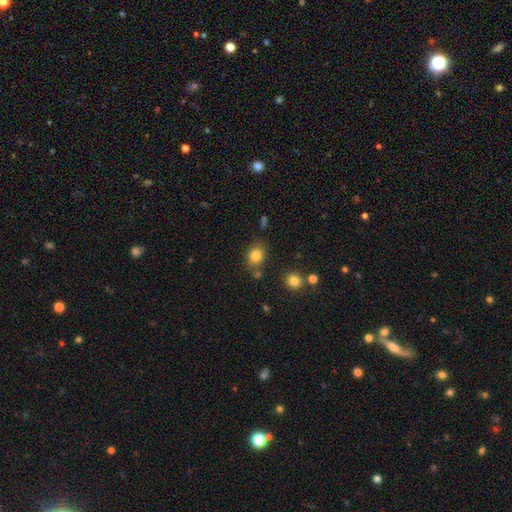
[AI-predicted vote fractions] Smooth or featured: smooth — 82% (star or artifact — 11%)
How rounded: round — 52% (in between — 47%)
Merging: none — 75% (minor disturbance — 13%)